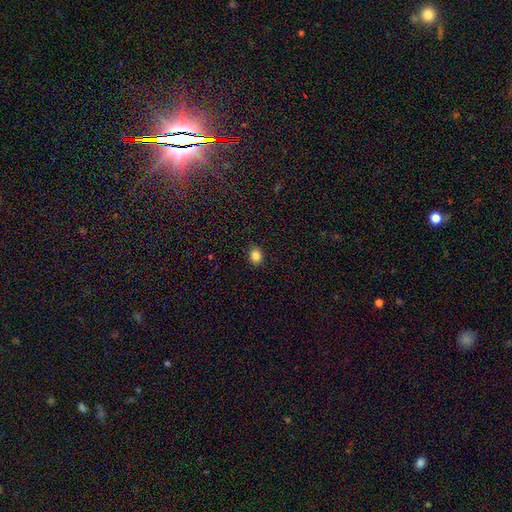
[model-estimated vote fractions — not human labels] smooth_or_featured: smooth (p=0.85) [alt: star or artifact p=0.11]
how_rounded: round (p=0.53) [alt: in between p=0.46]
merging: none (p=0.89) [alt: minor disturbance p=0.08]